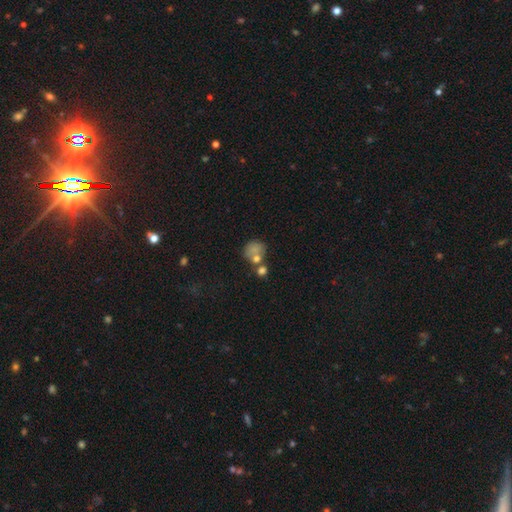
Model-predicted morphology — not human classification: smooth 71%, featured or disk 16%, star or artifact 13%. Down the decision tree: how rounded — round (74%); merging — none (41%).